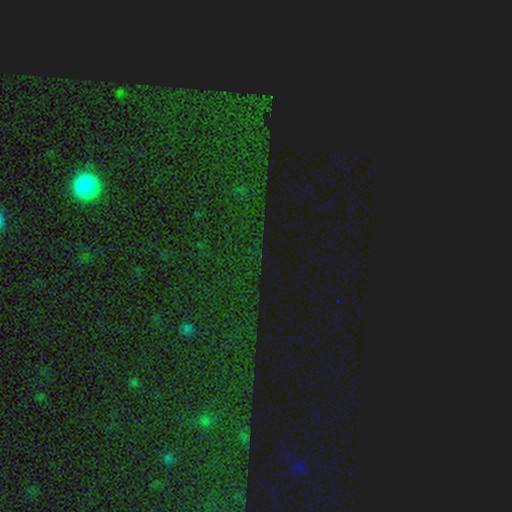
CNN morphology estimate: type=star or artifact (82%).